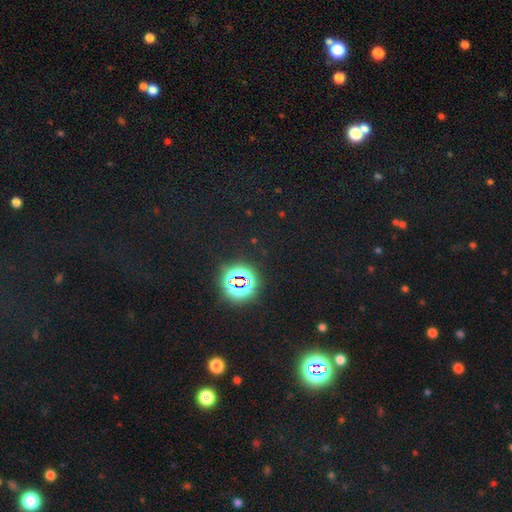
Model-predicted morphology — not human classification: Smooth or featured? Predicted: star or artifact (p=0.77).